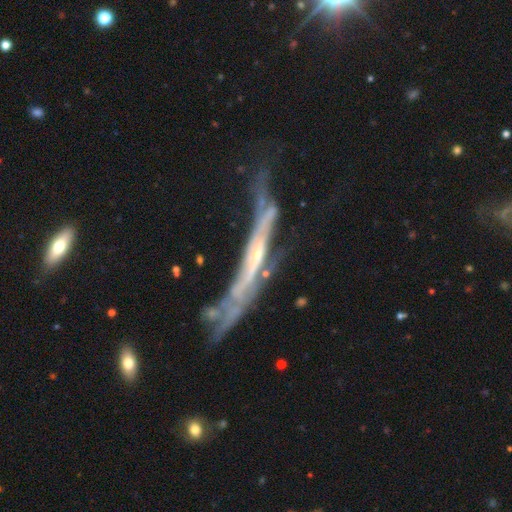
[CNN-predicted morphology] smooth-or-featured: featured or disk: 78% | smooth: 15% | star or artifact: 8%
  disk-edge-on: yes: 72% | no: 28%
    edge-on-bulge: none: 56% | rounded: 36% | boxy: 8%
  merging: none: 39% | minor disturbance: 26% | major disturbance: 24% | merger: 11%